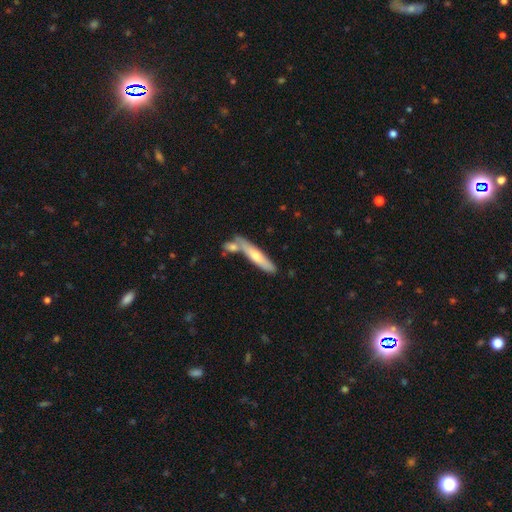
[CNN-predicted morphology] featured or disk 48%, smooth 45%, star or artifact 6%. Down the decision tree: merging — none (66%).